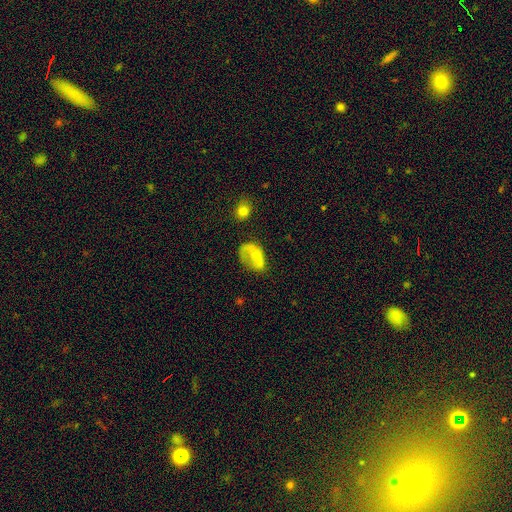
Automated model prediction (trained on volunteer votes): Overall: smooth (50%; featured or disk 42%). Merging: major disturbance (36%; none 34%).